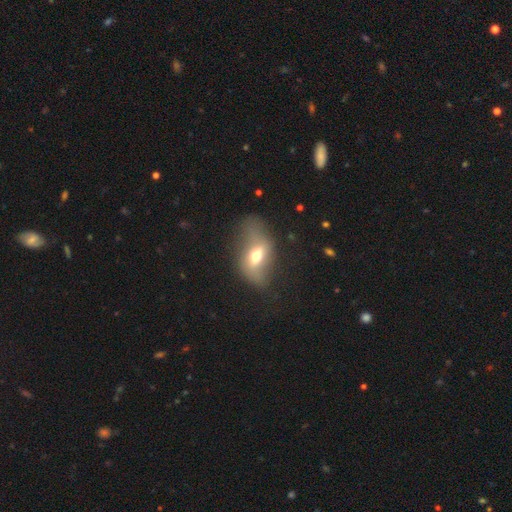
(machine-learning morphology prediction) type=smooth (46%); merging=none (45%).